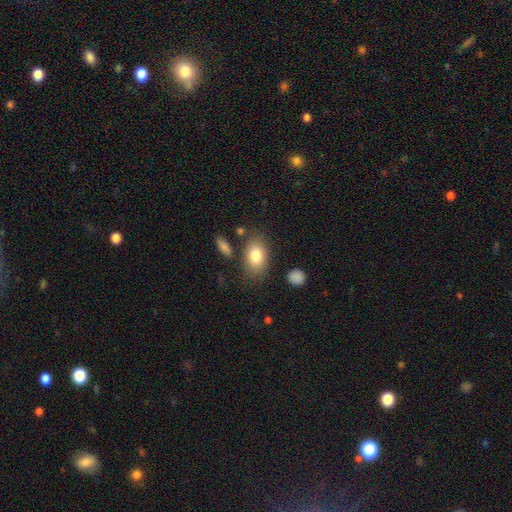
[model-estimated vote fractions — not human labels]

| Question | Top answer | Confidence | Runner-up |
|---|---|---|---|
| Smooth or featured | smooth | 81% | featured or disk (11%) |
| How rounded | in between | 86% | round (12%) |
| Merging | none | 78% | minor disturbance (13%) |